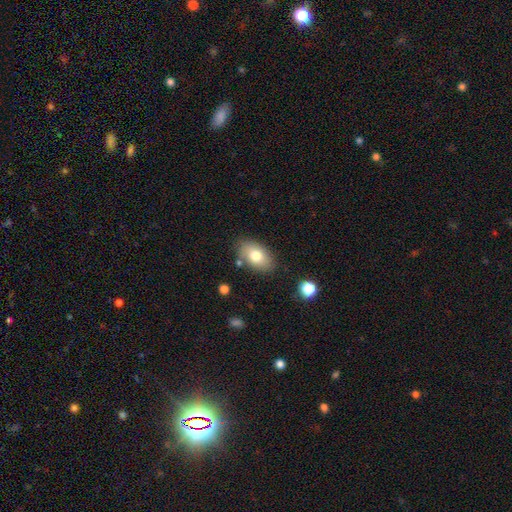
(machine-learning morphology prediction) smooth-or-featured: smooth: 76% | featured or disk: 16% | star or artifact: 8%
  how-rounded: in between: 89% | round: 10% | cigar-shaped: 1%
  merging: none: 80% | minor disturbance: 13% | merger: 4% | major disturbance: 3%